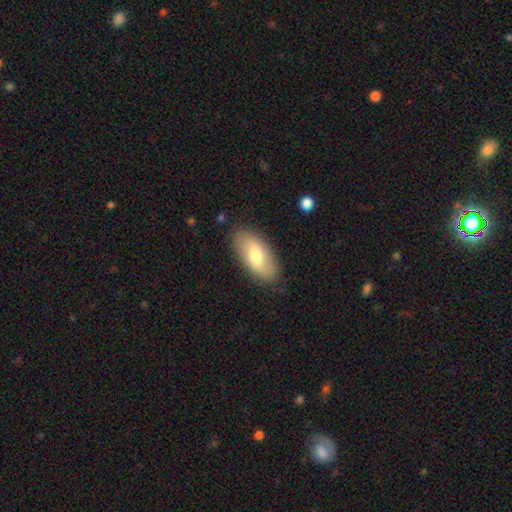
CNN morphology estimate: Smooth or featured? smooth (67%)
How rounded? in between (92%)
Merging? none (85%)